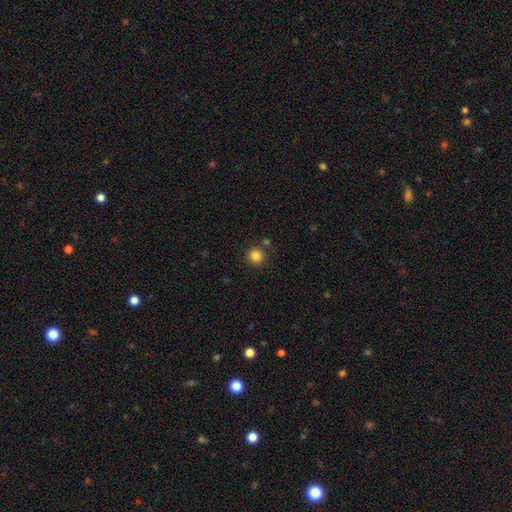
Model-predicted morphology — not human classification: A smooth galaxy with no disk features (85%) that is round (94%). Merging: none (83%).